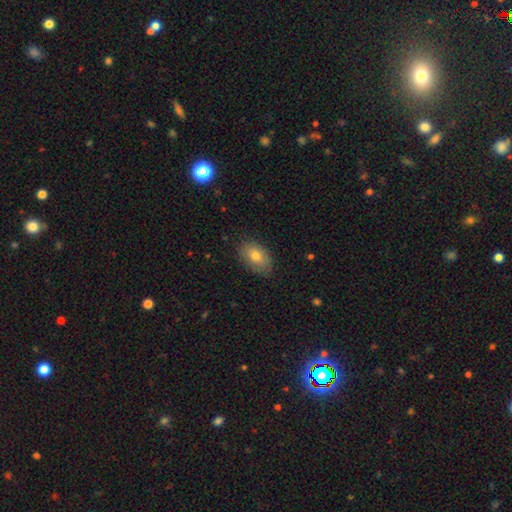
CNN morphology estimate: This appears to be a smooth galaxy with no disk features (77%) that is in between round and cigar-shaped (89%). Merging: none (84%).